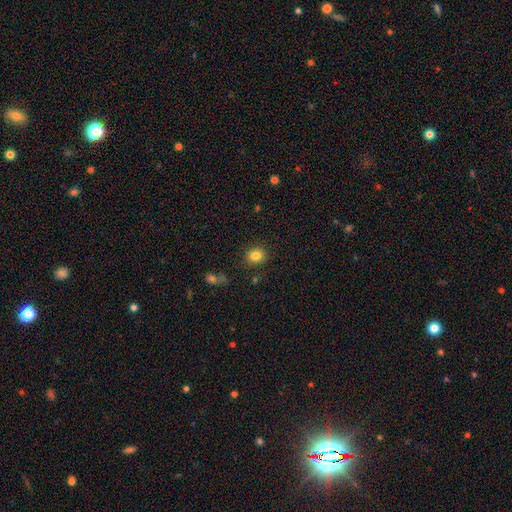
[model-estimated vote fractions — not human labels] The model was most divided on "how rounded": round: 80%, in between: 19%, cigar-shaped: 1%. More confident: merging — none (88%); smooth or featured — smooth (82%).